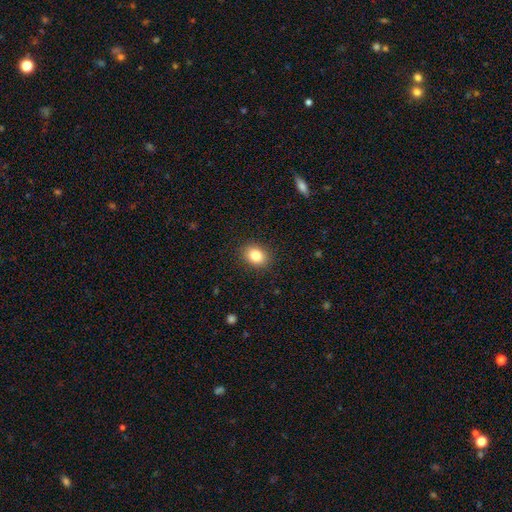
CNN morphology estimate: A smooth galaxy with no disk features (84%) that is in between round and cigar-shaped (56%).

Vote fractions:
- Smooth or featured? smooth: 84% / star or artifact: 9% / featured or disk: 7%
- How rounded? in between: 56% / round: 43% / cigar-shaped: 1%
- Merging? none: 89% / minor disturbance: 8% / major disturbance: 2% / merger: 1%